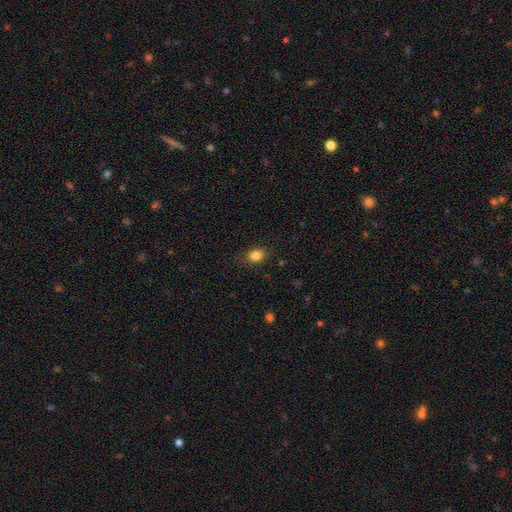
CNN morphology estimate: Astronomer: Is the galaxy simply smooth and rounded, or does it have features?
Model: smooth — 84%.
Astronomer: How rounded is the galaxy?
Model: in between — 59% (runner-up: round, 40%).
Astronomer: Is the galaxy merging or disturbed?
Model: none — 83%.